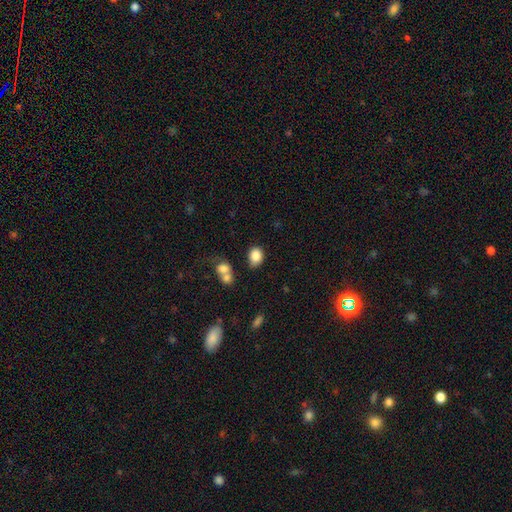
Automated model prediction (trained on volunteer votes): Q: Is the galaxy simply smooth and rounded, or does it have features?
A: smooth — 85%.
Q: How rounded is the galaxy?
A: in between — 55%.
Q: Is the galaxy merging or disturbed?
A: none — 63%.